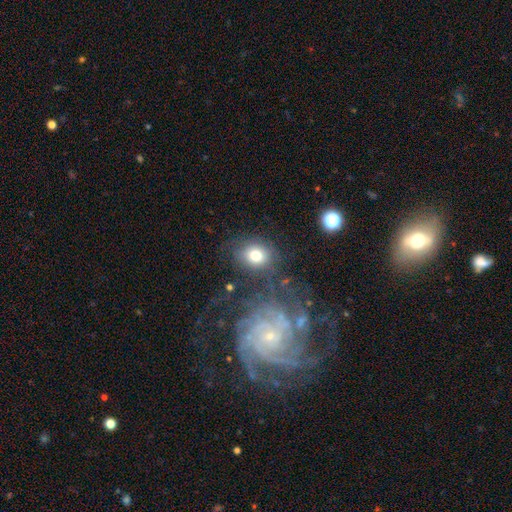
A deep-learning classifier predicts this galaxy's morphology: This appears to be a smooth galaxy with no disk features (73%) that is round (59%). Merging: none (69%).